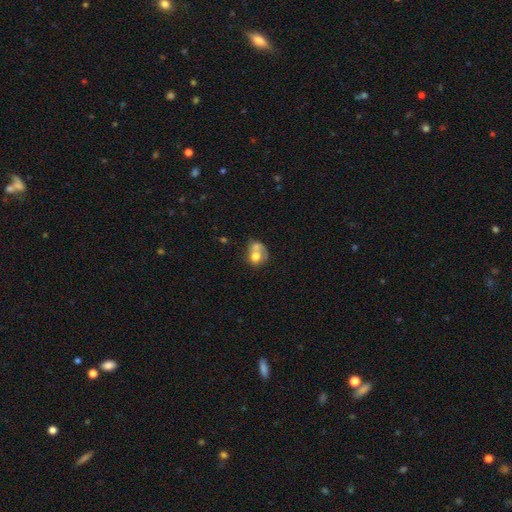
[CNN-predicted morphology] This appears to be a smooth galaxy with no disk features (60%) that is round (62%). Merging: merger (53%).